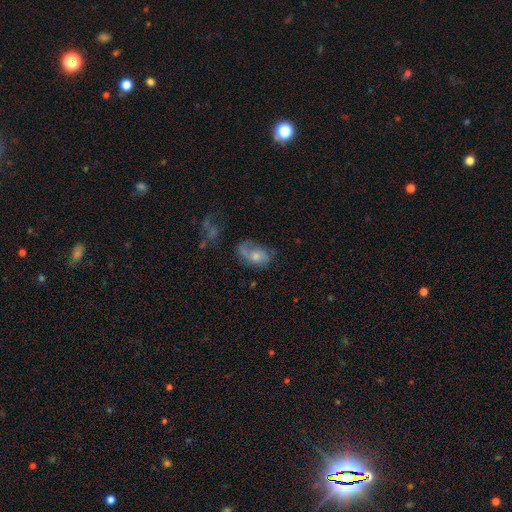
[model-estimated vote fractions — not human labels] The model was most divided on "smooth or featured": featured or disk: 46%, smooth: 44%, star or artifact: 10%. Remaining: merging — none (45%).